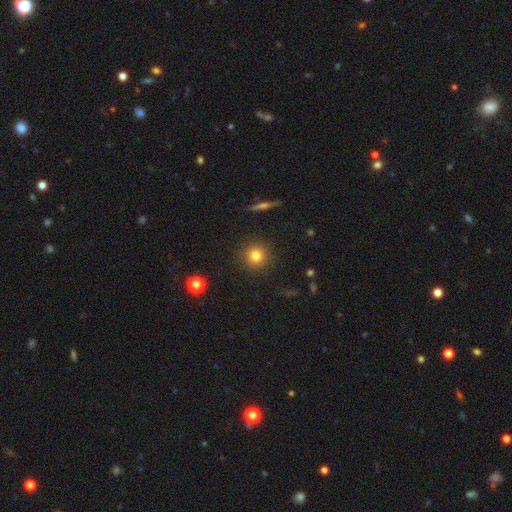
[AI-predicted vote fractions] Q: Smooth or featured?
A: smooth (80%); runner-up: star or artifact (12%)
Q: How rounded?
A: round (94%); runner-up: in between (5%)
Q: Merging?
A: none (90%); runner-up: minor disturbance (6%)